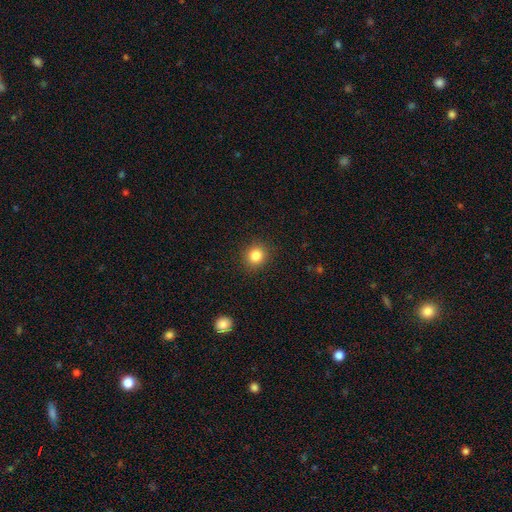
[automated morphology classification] A smooth galaxy with no disk features (84%) that is round (86%). Merging: none (90%).